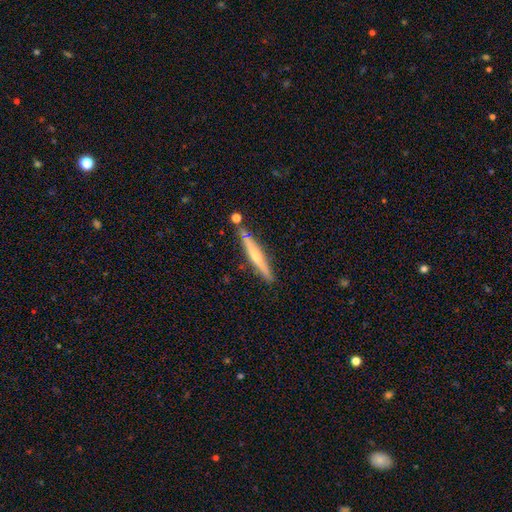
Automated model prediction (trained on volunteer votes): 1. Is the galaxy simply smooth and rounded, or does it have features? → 48% smooth, 46% featured or disk, 6% star or artifact.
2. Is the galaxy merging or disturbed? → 77% none, 14% minor disturbance, 6% merger, 3% major disturbance.